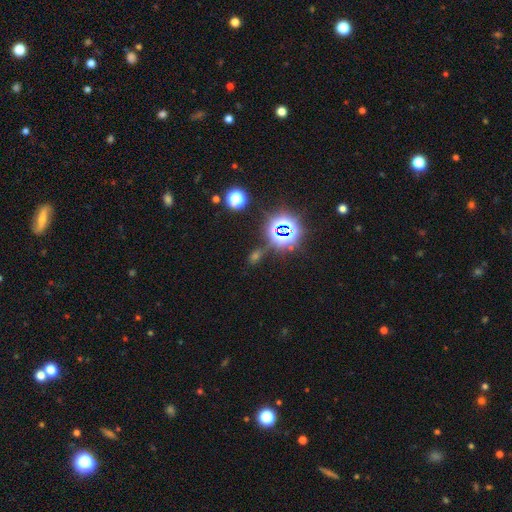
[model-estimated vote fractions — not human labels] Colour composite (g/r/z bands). It shows a star or artifact, not a galaxy (60%).